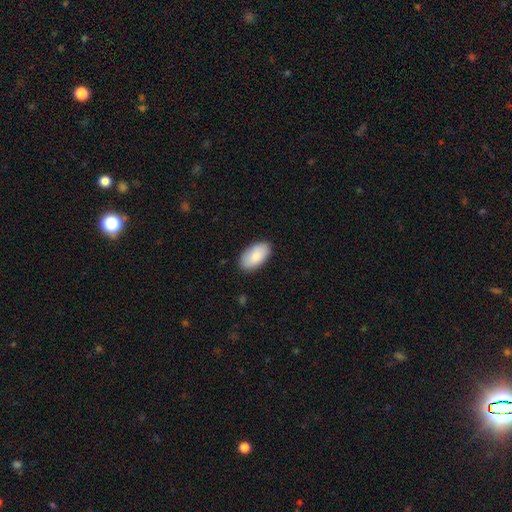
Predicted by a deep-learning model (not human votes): Smooth or featured: smooth — 85% (featured or disk — 9%)
How rounded: in between — 96% (round — 3%)
Merging: none — 87% (minor disturbance — 10%)